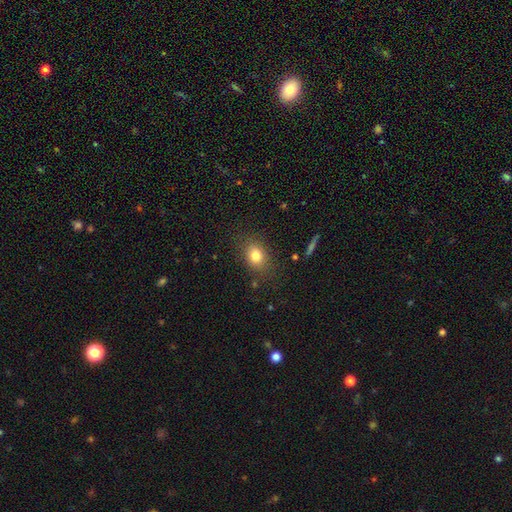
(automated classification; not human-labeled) Smooth or featured? smooth (80%)
How rounded? in between (59%)
Merging? none (82%)